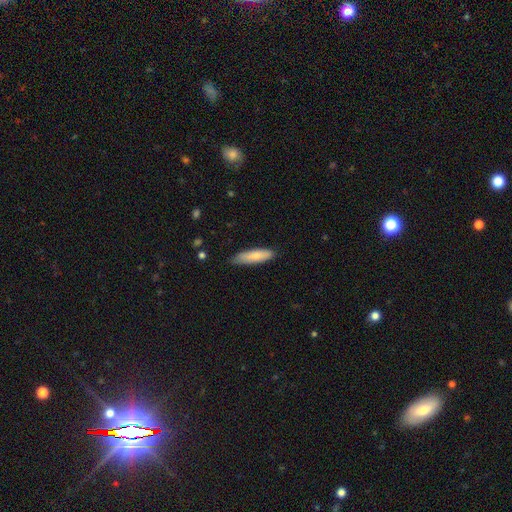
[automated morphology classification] A smooth galaxy with no disk features (79%) that is cigar-shaped (64%).

Vote fractions:
- Smooth or featured? smooth: 79% / featured or disk: 16% / star or artifact: 6%
- How rounded? cigar-shaped: 64% / in between: 35% / round: 2%
- Merging? none: 77% / minor disturbance: 19% / major disturbance: 3% / merger: 1%